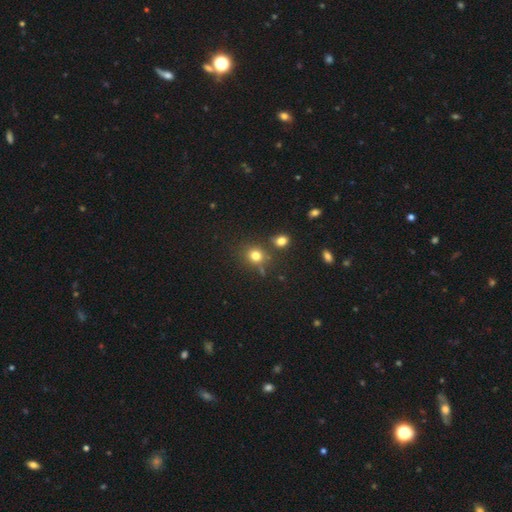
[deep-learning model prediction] The model was most divided on "smooth or featured": smooth: 76%, star or artifact: 17%, featured or disk: 7%. More confident: how rounded — round (82%); merging — none (72%).